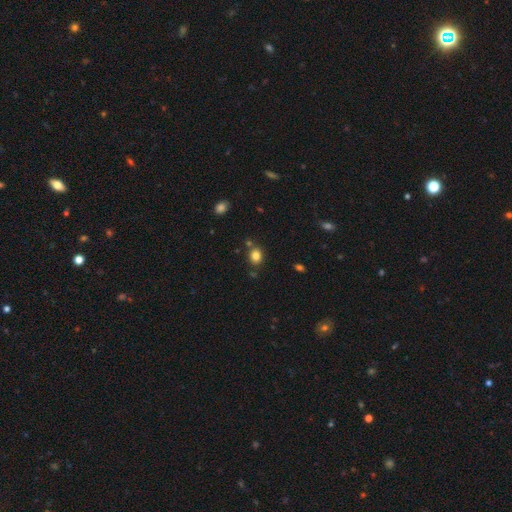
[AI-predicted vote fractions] A smooth galaxy with no disk features (82%) that is round (57%).

Vote fractions:
- Smooth or featured? smooth: 82% / star or artifact: 12% / featured or disk: 6%
- How rounded? round: 57% / in between: 42% / cigar-shaped: 1%
- Merging? none: 78% / minor disturbance: 11% / merger: 8% / major disturbance: 3%